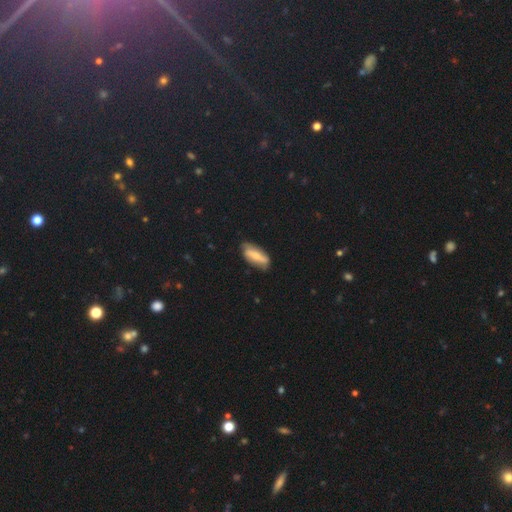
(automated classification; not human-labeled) A smooth galaxy with no disk features (54%) that is in between round and cigar-shaped (72%). Merging: none (71%).